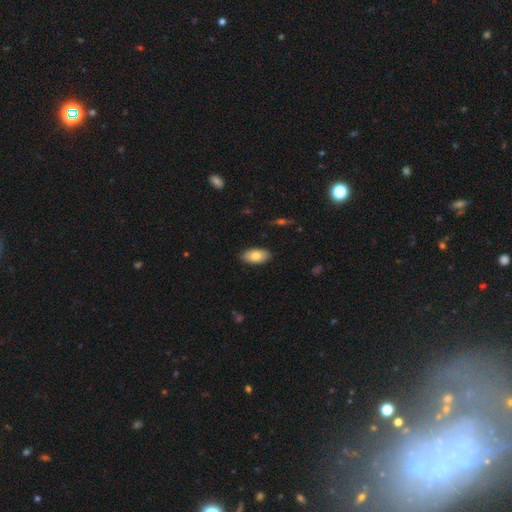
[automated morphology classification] This is likely a smooth galaxy (80%). How rounded: clearly in between (94%). Merging: clearly none (88%).